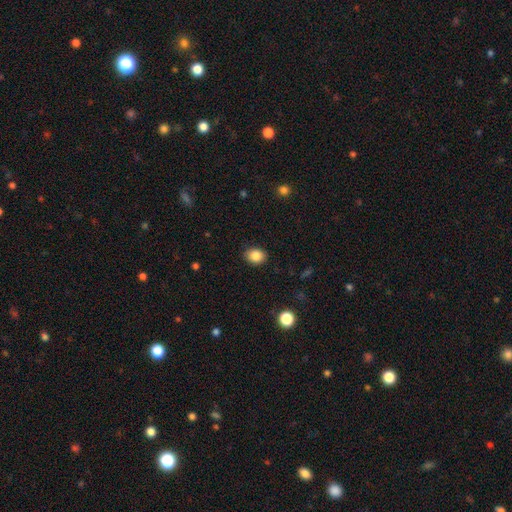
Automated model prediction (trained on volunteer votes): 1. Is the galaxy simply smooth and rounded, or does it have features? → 86% smooth, 9% star or artifact, 5% featured or disk.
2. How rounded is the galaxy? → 54% in between, 45% round, 1% cigar-shaped.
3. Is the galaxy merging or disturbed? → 88% none, 8% minor disturbance, 2% major disturbance, 1% merger.